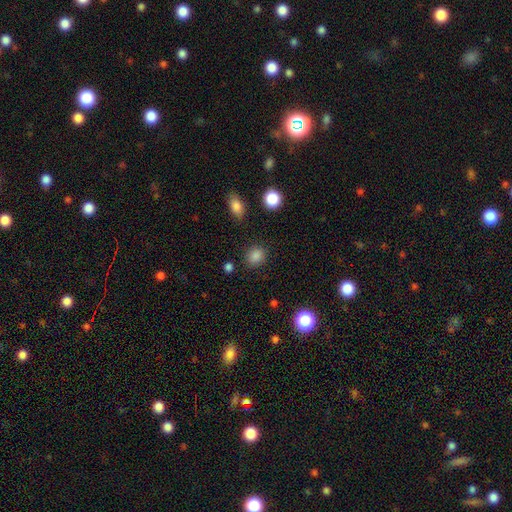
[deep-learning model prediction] This appears to be a smooth galaxy with no disk features (85%) that is round (68%). Merging: none (86%).